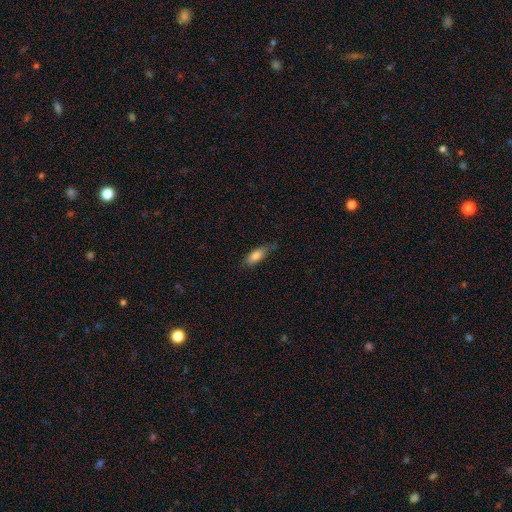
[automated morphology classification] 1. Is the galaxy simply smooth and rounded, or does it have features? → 77% smooth, 16% featured or disk, 7% star or artifact.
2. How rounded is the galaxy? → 66% in between, 31% cigar-shaped, 2% round.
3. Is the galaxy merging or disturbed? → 67% none, 26% minor disturbance, 6% major disturbance, 1% merger.